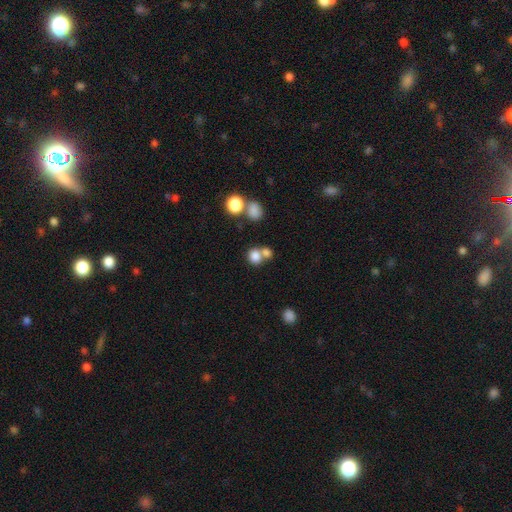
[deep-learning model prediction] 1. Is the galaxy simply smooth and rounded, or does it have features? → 79% smooth, 12% star or artifact, 8% featured or disk.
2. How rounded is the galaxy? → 70% round, 29% in between, 1% cigar-shaped.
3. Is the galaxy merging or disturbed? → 44% merger, 43% none, 8% minor disturbance, 4% major disturbance.